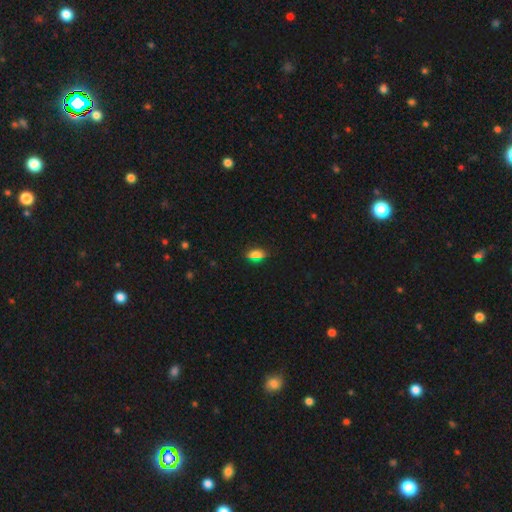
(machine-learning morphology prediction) Smooth or featured: smooth — 70% (star or artifact — 19%)
How rounded: in between — 78% (cigar-shaped — 12%)
Merging: none — 84% (minor disturbance — 11%)